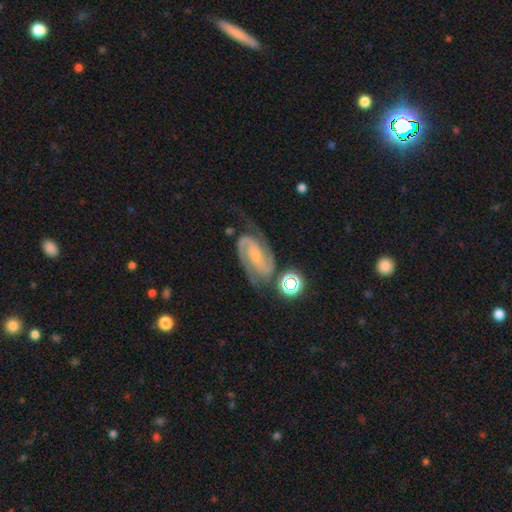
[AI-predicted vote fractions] The model was most divided on "bar": no: 40%, weak: 38%, strong: 22%. Remaining: spiral arms — yes (98%); edge-on disk — no (97%); spiral arm count — 2 (91%); smooth or featured — featured or disk (89%); merging — none (69%); bulge size — small (61%); spiral winding — medium (46%).